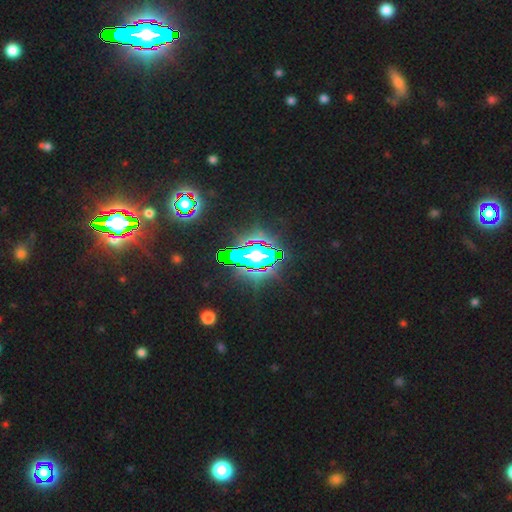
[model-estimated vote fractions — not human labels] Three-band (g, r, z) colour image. It shows a star or artifact, not a galaxy (71%).